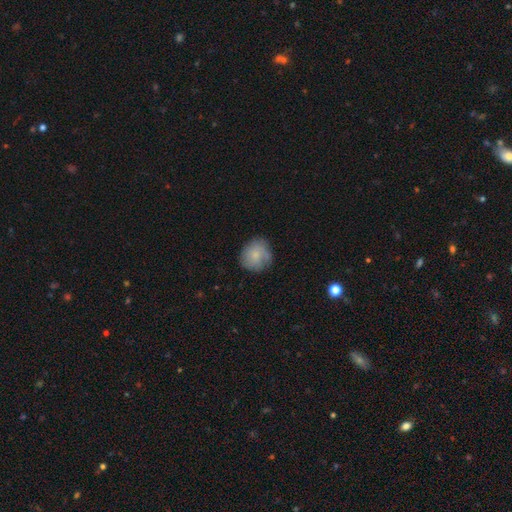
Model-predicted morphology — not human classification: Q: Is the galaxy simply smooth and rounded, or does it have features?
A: smooth — 74%.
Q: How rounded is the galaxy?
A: round — 84%.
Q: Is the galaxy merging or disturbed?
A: none — 71%.